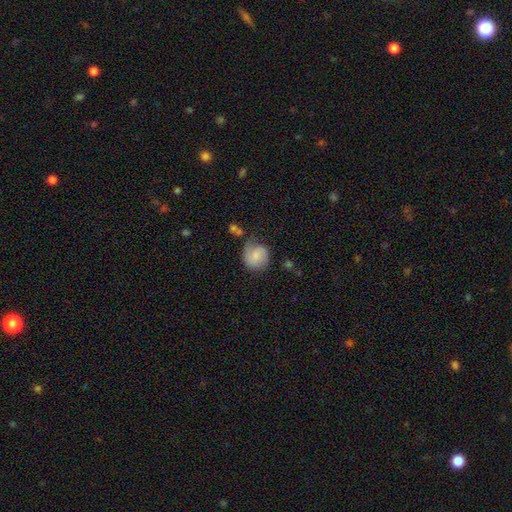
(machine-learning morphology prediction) This appears to be a smooth galaxy with no disk features (57%) that is round (80%). Merging: none (55%).